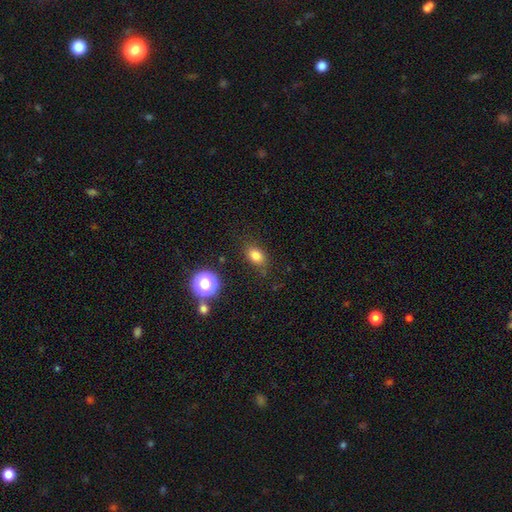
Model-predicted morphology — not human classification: smooth-or-featured: smooth: 78% | star or artifact: 14% | featured or disk: 8%
  how-rounded: in between: 73% | round: 25% | cigar-shaped: 2%
  merging: none: 78% | minor disturbance: 15% | major disturbance: 4% | merger: 2%